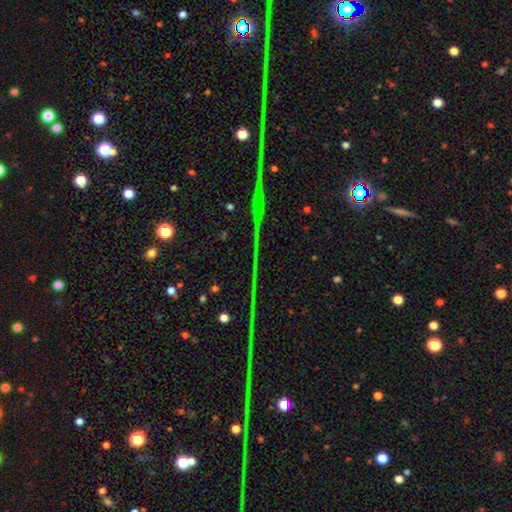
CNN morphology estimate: Smooth or featured?
  - star or artifact: 73% *
  - featured or disk: 18%
  - smooth: 9%